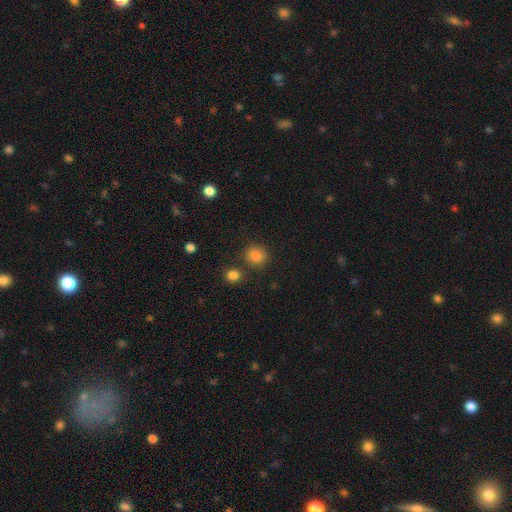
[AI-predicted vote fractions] The model was most divided on "smooth or featured": smooth: 81%, star or artifact: 14%, featured or disk: 5%. More confident: how rounded — round (88%); merging — none (82%).